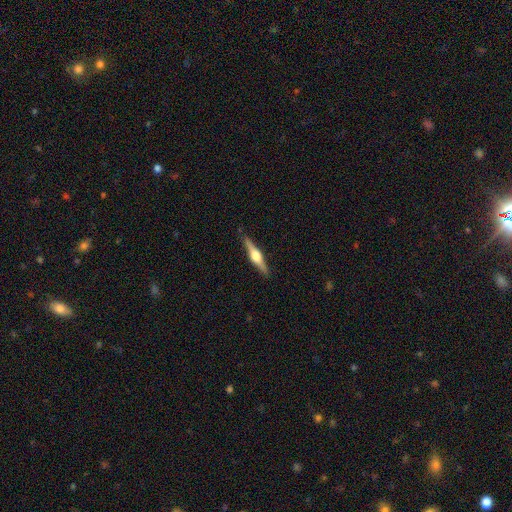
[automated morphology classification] Smooth or featured? featured or disk (76%)
Edge-on disk? yes (98%)
Edge-on bulge? rounded (93%)
Merging? none (90%)